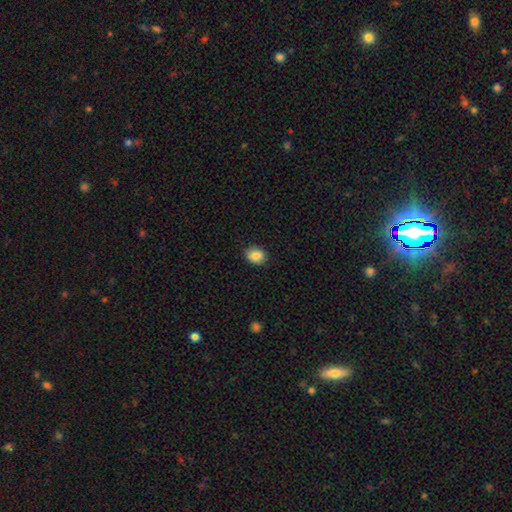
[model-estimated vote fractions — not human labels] This is clearly a smooth galaxy (87%). How rounded: possibly in between (51%). Merging: clearly none (88%).